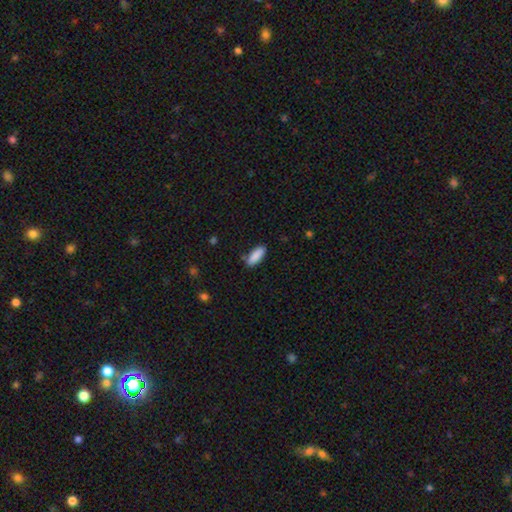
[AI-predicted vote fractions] The model was most divided on "how rounded": in between: 67%, cigar-shaped: 31%, round: 2%. More confident: smooth or featured — smooth (89%); merging — none (82%).